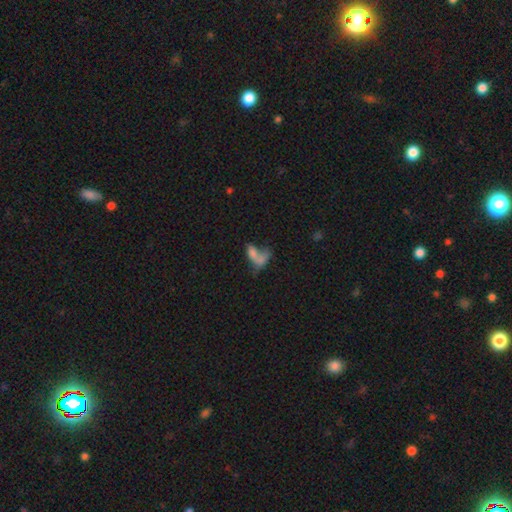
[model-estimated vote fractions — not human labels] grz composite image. It shows a smooth galaxy with no disk features (67%) that is in between round and cigar-shaped (79%). Merging: merger (58%).